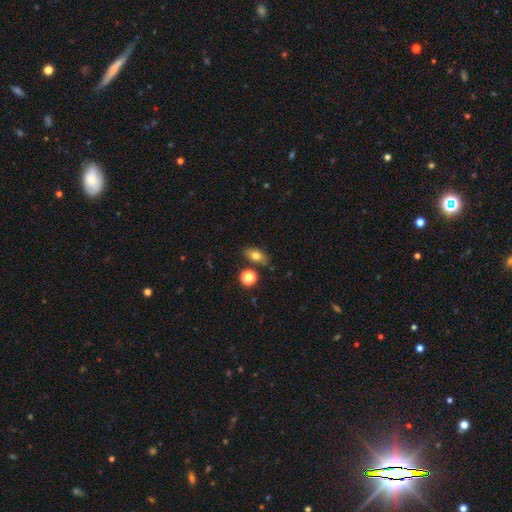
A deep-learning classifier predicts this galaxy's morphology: A smooth galaxy with no disk features (74%) that is in between round and cigar-shaped (79%). Merging: none (77%).